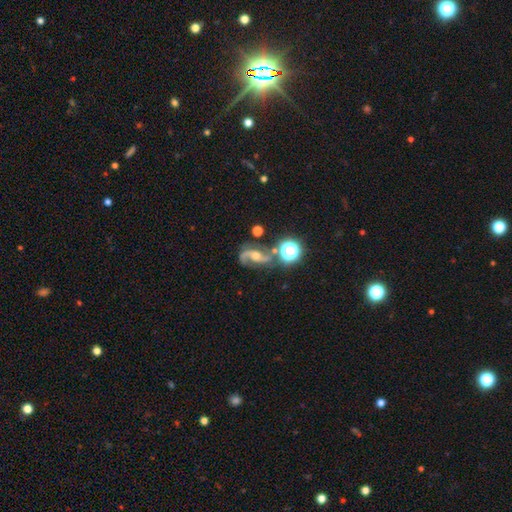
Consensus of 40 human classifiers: smooth_or_featured: featured or disk (p=0.85) [alt: smooth p=0.07]
disk_edge_on: no (p=1.00)
bar: no (p=0.65) [alt: weak p=0.26]
has_spiral_arms: yes (p=0.97) [alt: no p=0.03]
spiral_winding: medium (p=0.58) [alt: tight p=0.27]
spiral_arm_count: 2 (p=1.00)
bulge_size: moderate (p=0.76) [alt: small p=0.21]
merging: none (p=0.76) [alt: minor disturbance p=0.14]